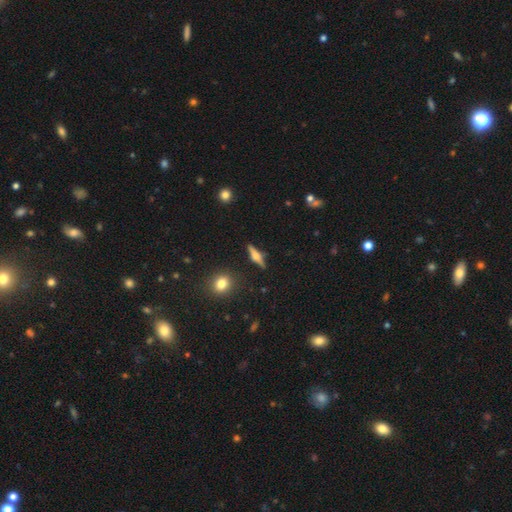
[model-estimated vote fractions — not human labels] Q: Smooth or featured?
A: featured or disk (69%); runner-up: smooth (23%)
Q: Edge-on disk?
A: yes (97%); runner-up: no (3%)
Q: Edge-on bulge?
A: rounded (90%); runner-up: boxy (7%)
Q: Merging?
A: none (87%); runner-up: minor disturbance (9%)